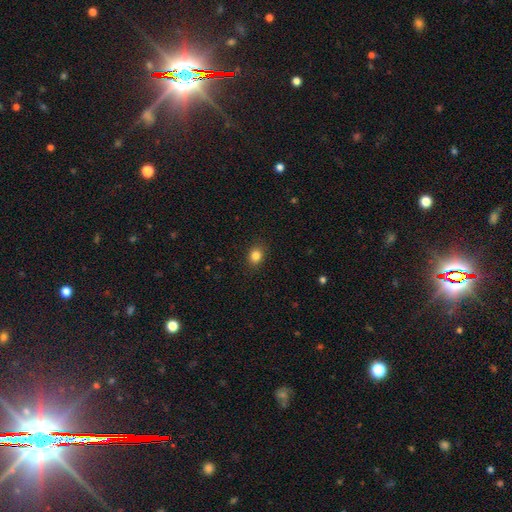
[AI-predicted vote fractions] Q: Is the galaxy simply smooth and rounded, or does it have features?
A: smooth — 84%.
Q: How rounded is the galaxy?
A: round — 50%.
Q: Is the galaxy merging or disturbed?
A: none — 88%.